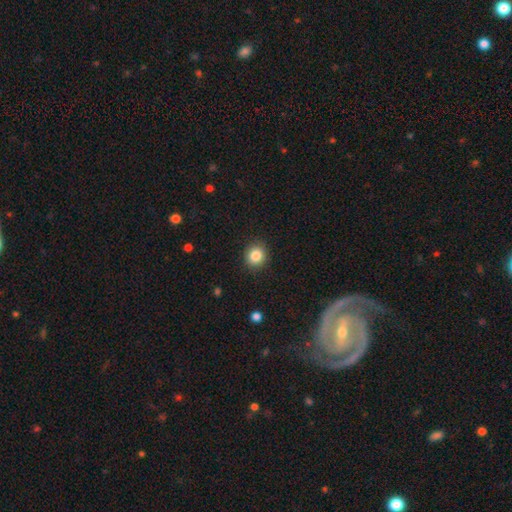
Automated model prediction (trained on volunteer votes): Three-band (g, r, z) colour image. It shows a smooth galaxy with no disk features (85%) that is round (81%). Merging: none (89%).